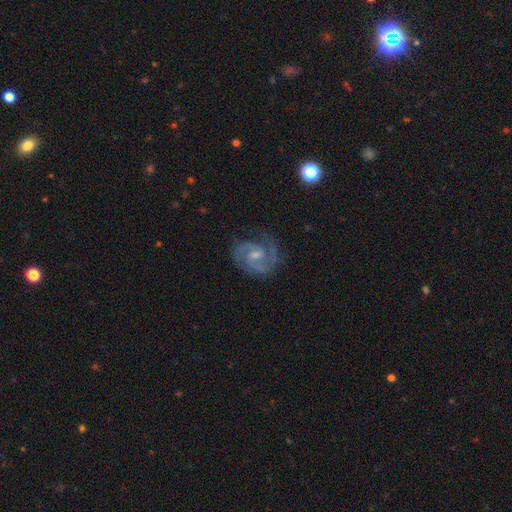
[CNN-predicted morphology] Smooth or featured?
  - featured or disk: 89% *
  - smooth: 6%
  - star or artifact: 5%
Edge-on disk?
  - no: 98% *
  - yes: 2%
Bar?
  - weak: 53% *
  - no: 38%
  - strong: 9%
Spiral arms?
  - yes: 98% *
  - no: 2%
Spiral winding?
  - medium: 52% *
  - tight: 39%
  - loose: 9%
Spiral arm count?
  - 2: 78% *
  - 3: 10%
  - can't tell: 6%
  - 1: 2%
  - 4: 2%
  - more than 4: 2%
Bulge size?
  - small: 53% *
  - moderate: 38%
  - none: 7%
  - large: 2%
  - dominant: 1%
Merging?
  - none: 74% *
  - minor disturbance: 18%
  - major disturbance: 7%
  - merger: 1%